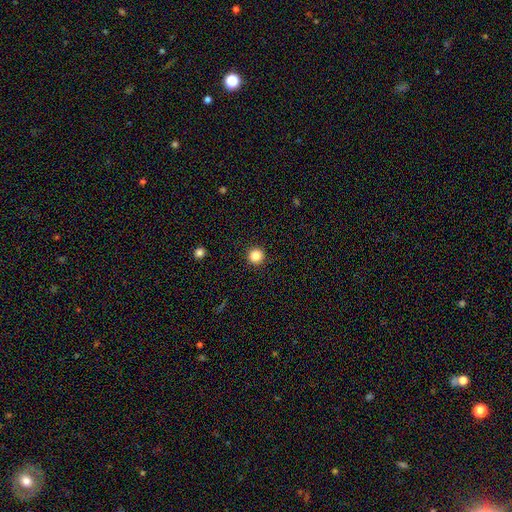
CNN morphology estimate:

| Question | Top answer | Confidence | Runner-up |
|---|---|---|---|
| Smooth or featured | smooth | 85% | star or artifact (11%) |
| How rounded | round | 96% | in between (3%) |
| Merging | none | 93% | minor disturbance (4%) |